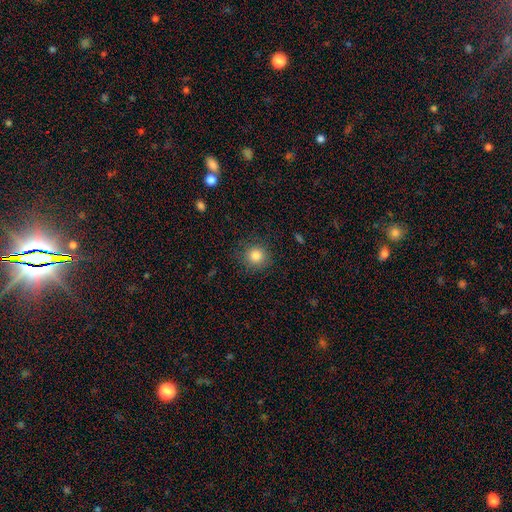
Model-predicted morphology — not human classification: smooth 84%, star or artifact 11%, featured or disk 5%. Down the decision tree: how rounded — round (90%); merging — none (84%).